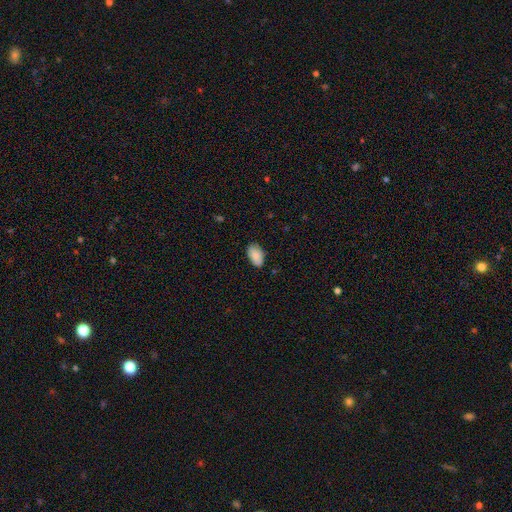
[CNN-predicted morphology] Q: Smooth or featured?
A: smooth (83%); runner-up: featured or disk (10%)
Q: How rounded?
A: in between (93%); runner-up: round (6%)
Q: Merging?
A: none (79%); runner-up: minor disturbance (17%)